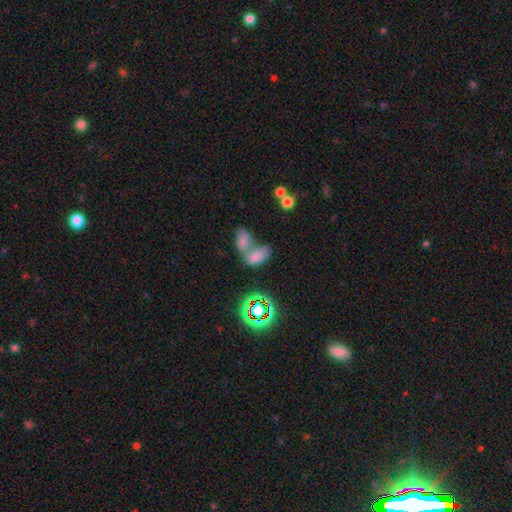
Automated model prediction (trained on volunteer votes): Overall: smooth (67%). How rounded: in between (91%). Merging: merger (72%).